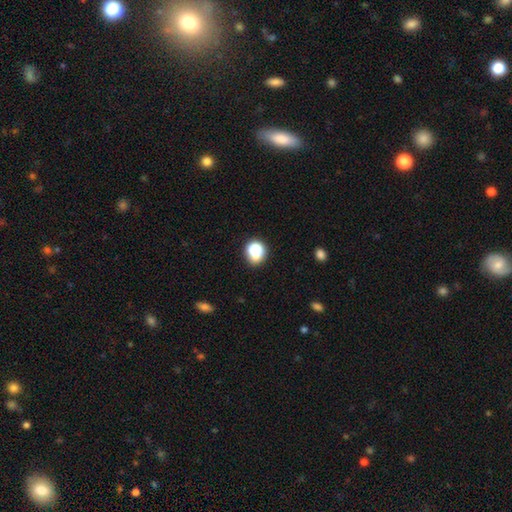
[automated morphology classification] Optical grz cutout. It shows a smooth galaxy with no disk features (73%) that is round (71%). Merging: none (69%).